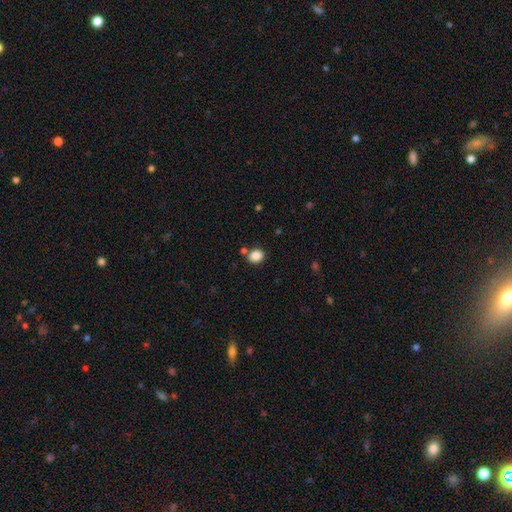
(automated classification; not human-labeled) This appears to be a smooth galaxy with no disk features (86%) that is round (64%). Merging: none (79%).